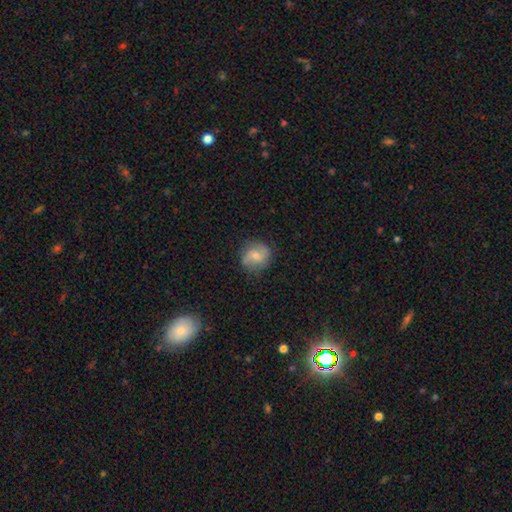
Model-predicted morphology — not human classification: Overall: featured or disk (53%; smooth 39%). Edge-on disk: no (97%). Bar: weak (47%; no 41%). Spiral arms: yes (86%). Bulge size: small (47%; moderate 45%). Merging: none (78%).